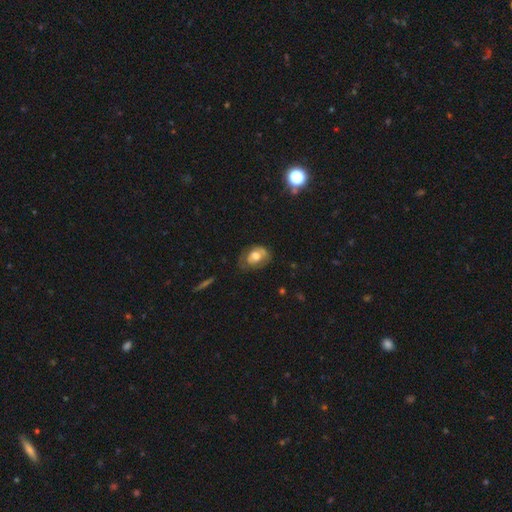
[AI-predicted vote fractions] Smooth or featured? Predicted: smooth (p=0.55). How rounded? Predicted: in between (p=0.76). Merging? Predicted: none (p=0.53).